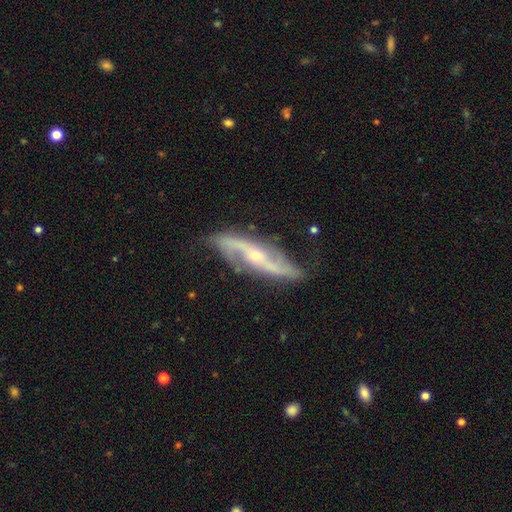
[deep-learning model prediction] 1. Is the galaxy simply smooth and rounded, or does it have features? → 87% featured or disk, 8% smooth, 5% star or artifact.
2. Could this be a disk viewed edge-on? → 85% no, 15% yes.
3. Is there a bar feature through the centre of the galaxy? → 47% no, 27% weak, 26% strong.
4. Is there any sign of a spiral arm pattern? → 94% yes, 6% no.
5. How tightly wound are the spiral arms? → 68% loose, 23% medium, 9% tight.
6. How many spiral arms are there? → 91% 2, 3% can't tell, 2% 1, 1% 3, 1% 4, 1% more than 4.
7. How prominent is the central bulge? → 65% small, 32% moderate, 1% large, 1% none, 1% dominant.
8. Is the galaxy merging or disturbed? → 70% none, 20% minor disturbance, 8% major disturbance, 2% merger.